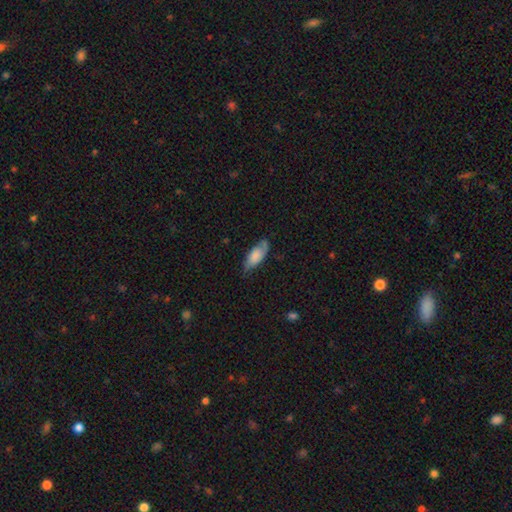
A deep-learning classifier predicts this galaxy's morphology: Q: Smooth or featured?
A: smooth (62%); runner-up: featured or disk (31%)
Q: How rounded?
A: in between (83%); runner-up: cigar-shaped (14%)
Q: Merging?
A: none (64%); runner-up: minor disturbance (27%)